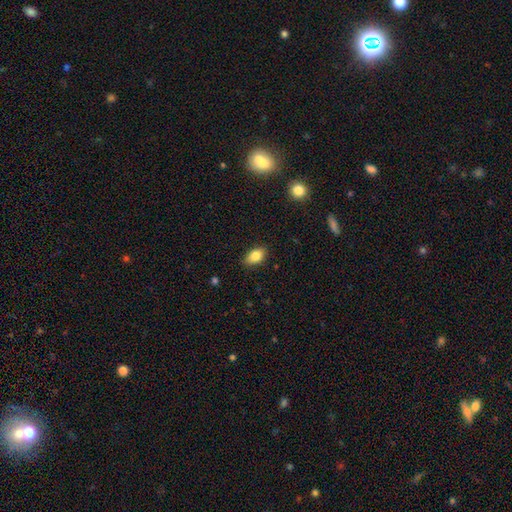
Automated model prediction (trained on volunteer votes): Smooth or featured: smooth — 83% (featured or disk — 9%)
How rounded: in between — 89% (round — 8%)
Merging: none — 86% (minor disturbance — 11%)